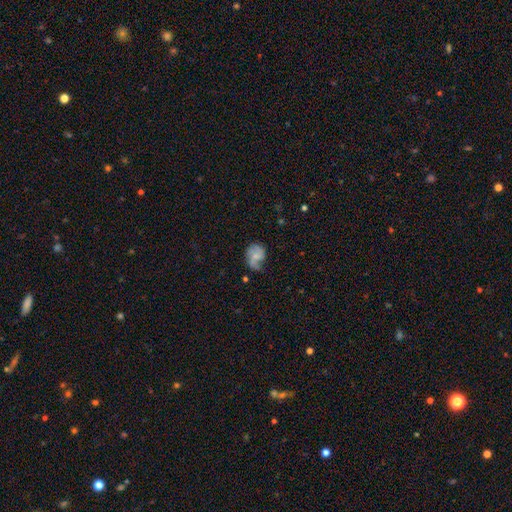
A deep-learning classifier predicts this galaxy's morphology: Overall: featured or disk (52%; smooth 40%). Edge-on disk: no (97%). Bar: no (70%). Spiral arms: yes (82%). Bulge size: small (55%; moderate 27%). Merging: none (41%; minor disturbance 32%).